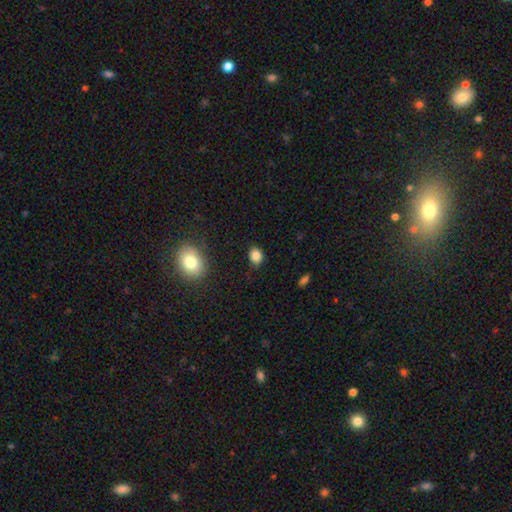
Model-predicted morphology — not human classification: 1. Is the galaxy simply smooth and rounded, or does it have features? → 85% smooth, 10% star or artifact, 5% featured or disk.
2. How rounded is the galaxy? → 62% in between, 37% round, 1% cigar-shaped.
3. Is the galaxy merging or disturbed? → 82% none, 13% minor disturbance, 3% major disturbance, 2% merger.